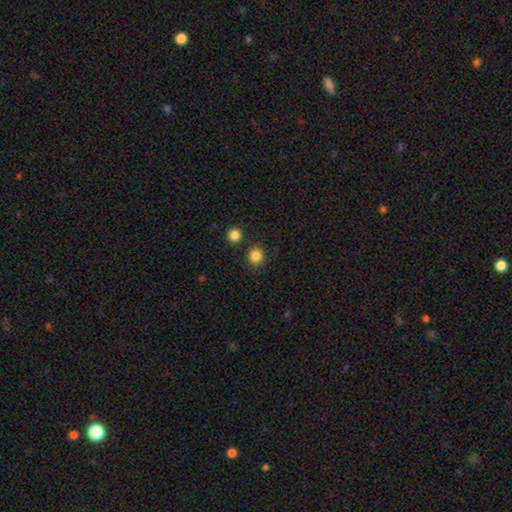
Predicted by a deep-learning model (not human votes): A smooth galaxy with no disk features (85%) that is round (90%).

Vote fractions:
- Smooth or featured? smooth: 85% / star or artifact: 11% / featured or disk: 4%
- How rounded? round: 90% / in between: 9% / cigar-shaped: 1%
- Merging? none: 87% / minor disturbance: 6% / merger: 4% / major disturbance: 2%